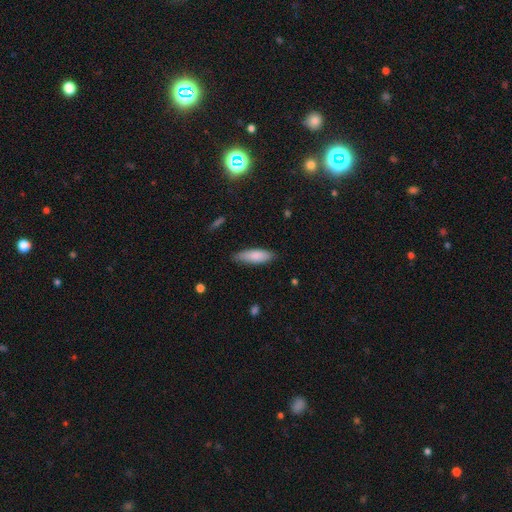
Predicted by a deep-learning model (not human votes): A smooth galaxy with no disk features (85%) that is in between round and cigar-shaped (50%).

Vote fractions:
- Smooth or featured? smooth: 85% / featured or disk: 9% / star or artifact: 6%
- How rounded? in between: 50% / cigar-shaped: 49% / round: 1%
- Merging? none: 82% / minor disturbance: 14% / major disturbance: 2% / merger: 1%